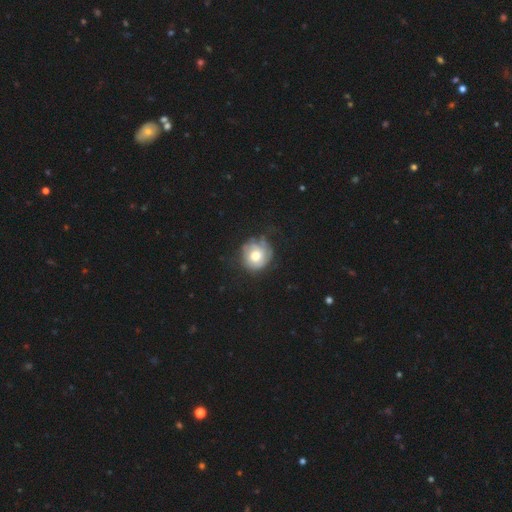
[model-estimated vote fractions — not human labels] Q: Smooth or featured?
A: featured or disk (49%); runner-up: smooth (43%)
Q: Merging?
A: none (61%); runner-up: minor disturbance (23%)